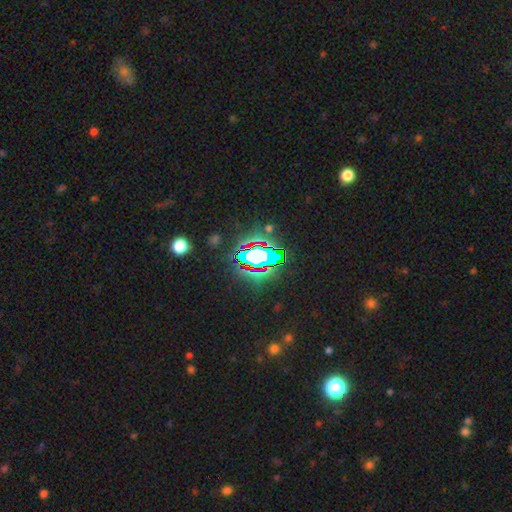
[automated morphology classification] This appears to be a star or artifact, not a galaxy (67%).